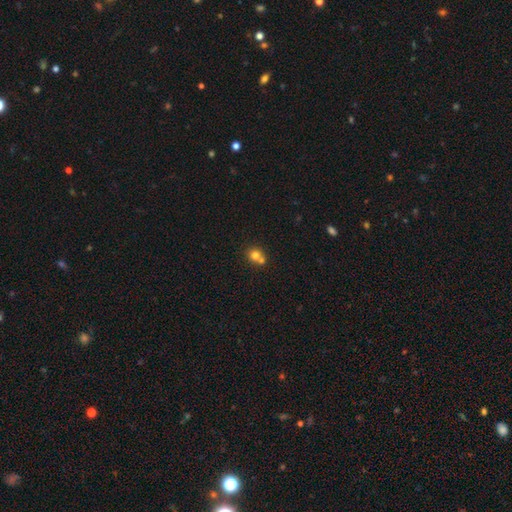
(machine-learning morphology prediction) This is likely a smooth galaxy (75%). How rounded: clearly round (82%). Merging: possibly merger (47%).